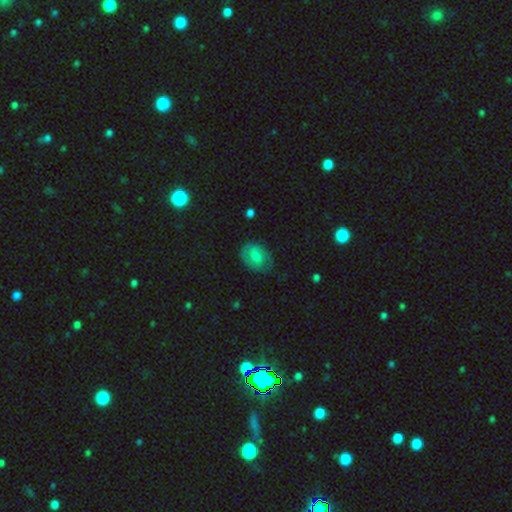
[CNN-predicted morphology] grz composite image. It shows a smooth galaxy with no disk features (53%) that is in between round and cigar-shaped (69%). Merging: none (71%).